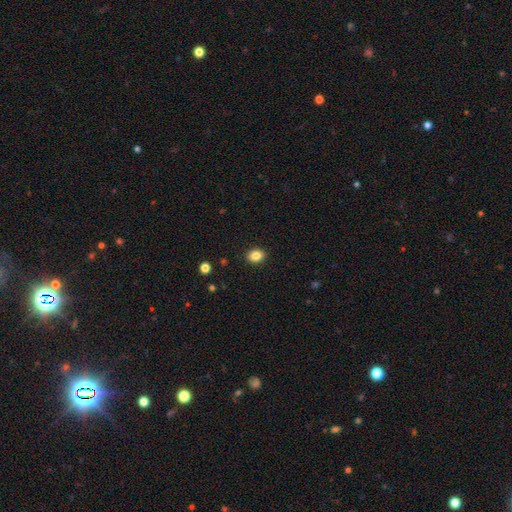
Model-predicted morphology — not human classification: smooth-or-featured: smooth: 85% | star or artifact: 10% | featured or disk: 5%
  how-rounded: in between: 66% | round: 33% | cigar-shaped: 1%
  merging: none: 90% | minor disturbance: 7% | major disturbance: 2% | merger: 1%